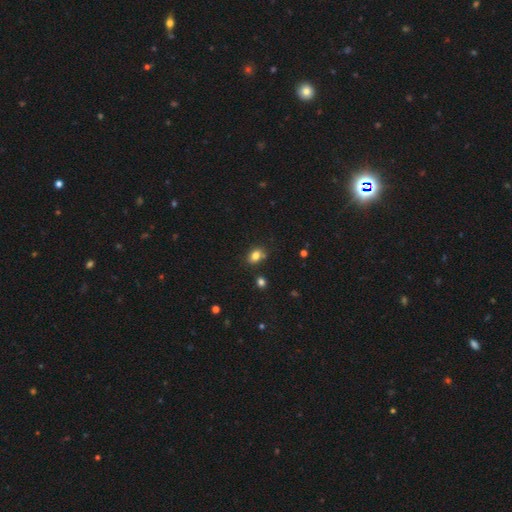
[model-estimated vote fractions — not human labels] smooth_or_featured: smooth (p=0.80) [alt: star or artifact p=0.13]
how_rounded: in between (p=0.65) [alt: round p=0.34]
merging: none (p=0.72) [alt: minor disturbance p=0.15]